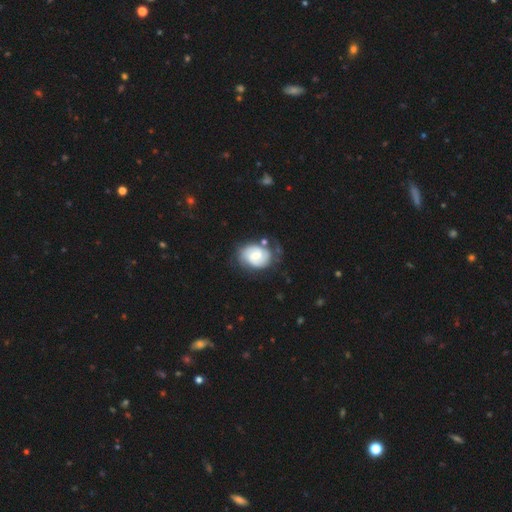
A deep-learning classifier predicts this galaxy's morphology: featured or disk 69%, smooth 24%, star or artifact 6%. Down the decision tree: edge-on disk — no (98%); bar — weak (51%); spiral arms — yes (92%); spiral arm count — 2 (73%); spiral winding — tight (48%); bulge size — moderate (41%); merging — none (58%).